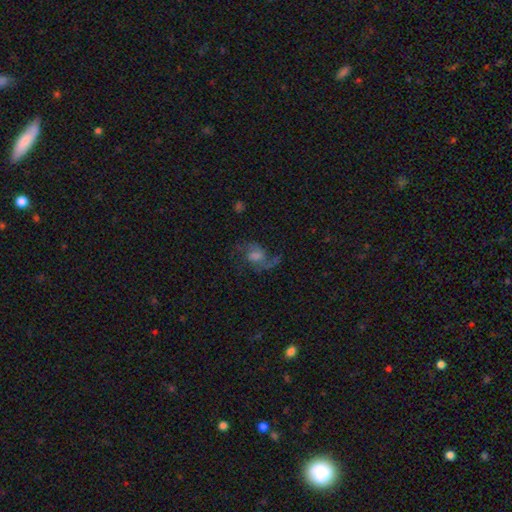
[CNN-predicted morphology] This is likely a featured or disk galaxy (72%). It is clearly not viewed edge-on (97%). Bar: possibly no (46%). Spiral arm pattern: clearly yes (91%). Spiral arm count: clearly 2 (82%). Spiral winding: likely loose (61%). Central bulge: marginally moderate (39%). Merging: possibly none (55%).